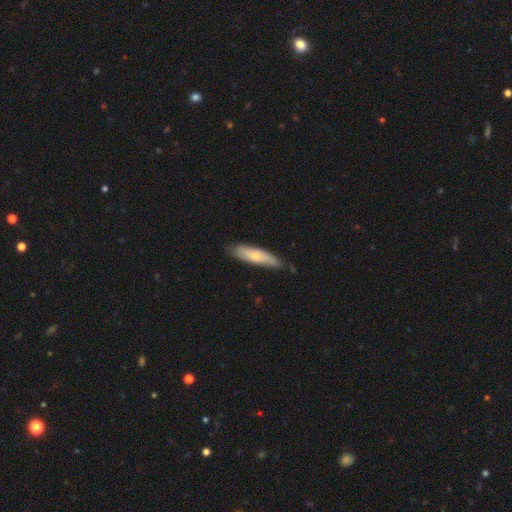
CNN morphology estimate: smooth 62%, featured or disk 32%, star or artifact 6%. Down the decision tree: how rounded — cigar-shaped (66%); merging — none (73%).